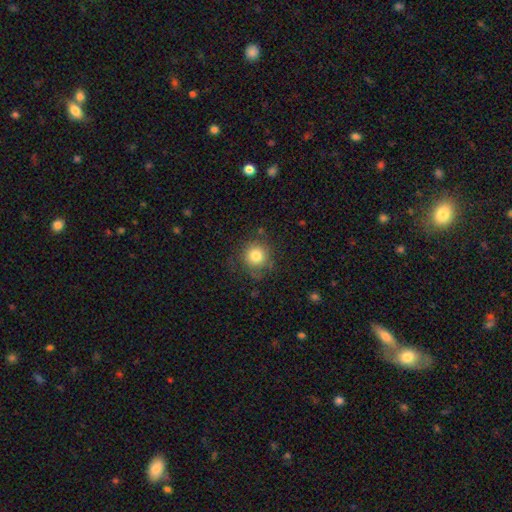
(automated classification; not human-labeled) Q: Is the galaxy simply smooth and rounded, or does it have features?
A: smooth — 80%.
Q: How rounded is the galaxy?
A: round — 91%.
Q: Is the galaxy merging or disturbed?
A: none — 75%.